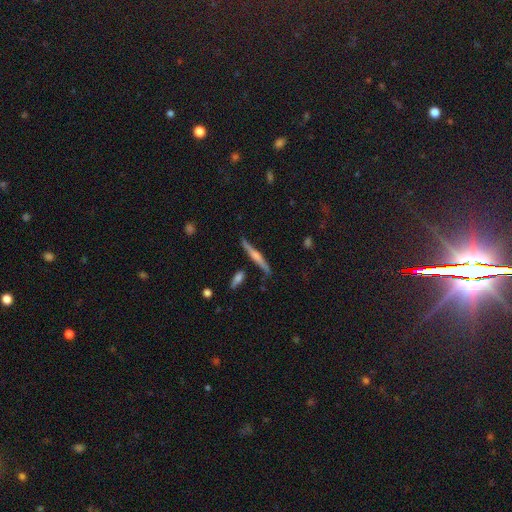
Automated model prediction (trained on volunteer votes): Overall: featured or disk (68%). Edge-on disk: yes (96%). Edge-on bulge: rounded (70%). Merging: none (83%).